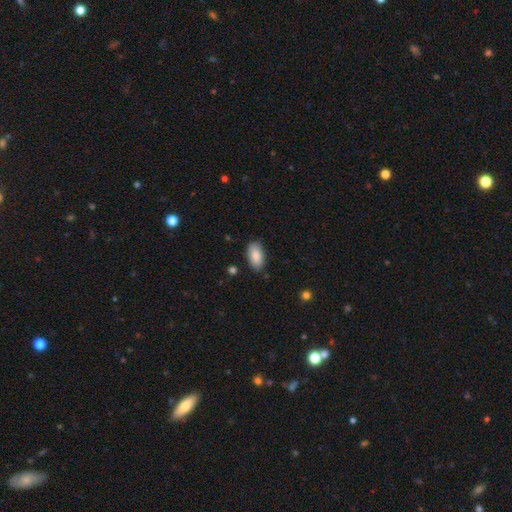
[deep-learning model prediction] Smooth or featured?
  - smooth: 88% *
  - star or artifact: 6%
  - featured or disk: 6%
How rounded?
  - in between: 94% *
  - cigar-shaped: 3%
  - round: 3%
Merging?
  - none: 85% *
  - minor disturbance: 11%
  - major disturbance: 2%
  - merger: 2%